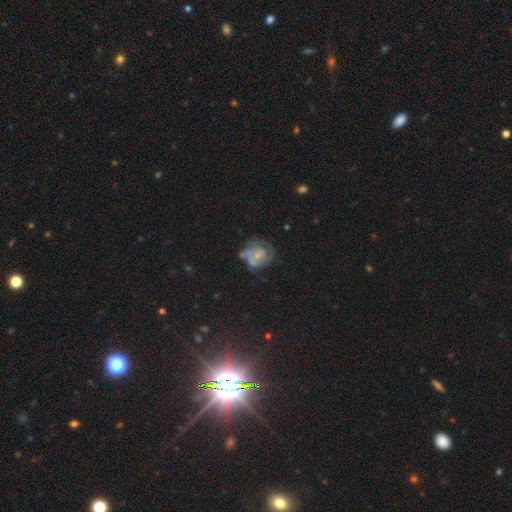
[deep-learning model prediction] smooth-or-featured: featured or disk: 60% | smooth: 30% | star or artifact: 10%
  disk-edge-on: no: 98% | yes: 2%
    bar: no: 76% | weak: 20% | strong: 4%
    has-spiral-arms: yes: 55% | no: 45%
    bulge-size: small: 49% | moderate: 30% | none: 16% | large: 3% | dominant: 1%
  merging: none: 42% | minor disturbance: 24% | major disturbance: 22% | merger: 12%